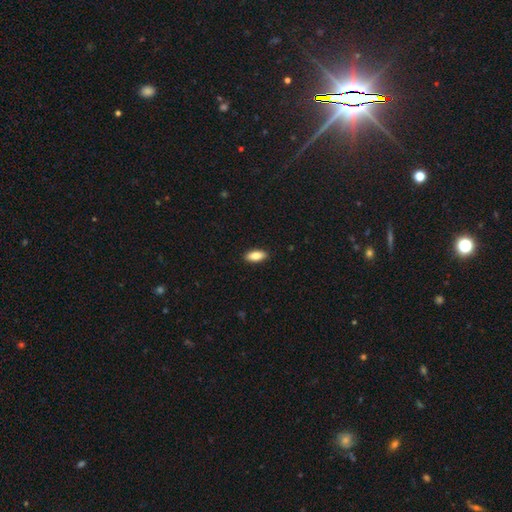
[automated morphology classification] smooth_or_featured: smooth (p=0.85) [alt: featured or disk p=0.09]
how_rounded: in between (p=0.86) [alt: cigar-shaped p=0.12]
merging: none (p=0.90) [alt: minor disturbance p=0.07]